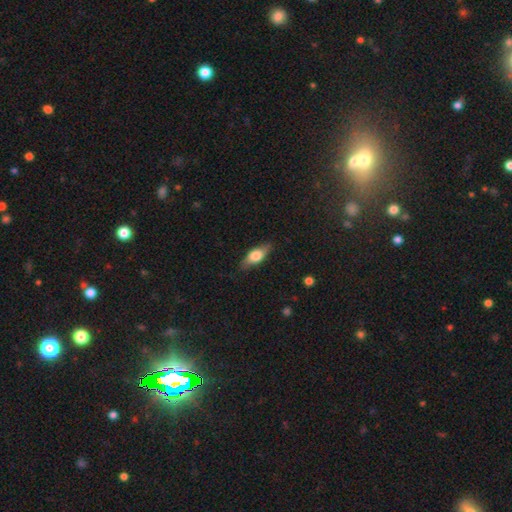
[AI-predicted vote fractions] The model was most divided on "smooth or featured": smooth: 60%, featured or disk: 34%, star or artifact: 6%. More confident: merging — none (83%); how rounded — in between (68%).